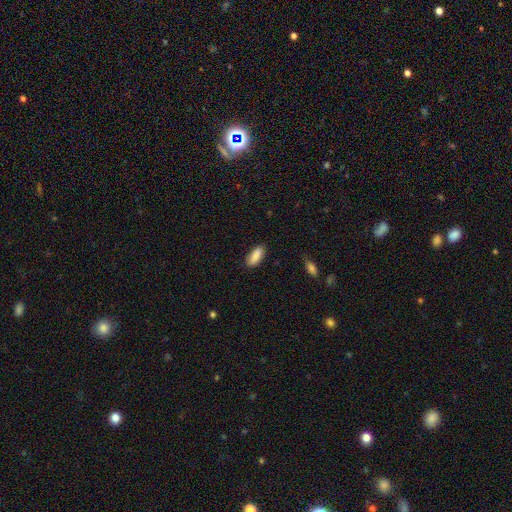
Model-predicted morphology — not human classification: Smooth or featured?
  - smooth: 88% *
  - star or artifact: 7%
  - featured or disk: 5%
How rounded?
  - in between: 76% *
  - cigar-shaped: 22%
  - round: 2%
Merging?
  - none: 83% *
  - minor disturbance: 13%
  - major disturbance: 2%
  - merger: 1%